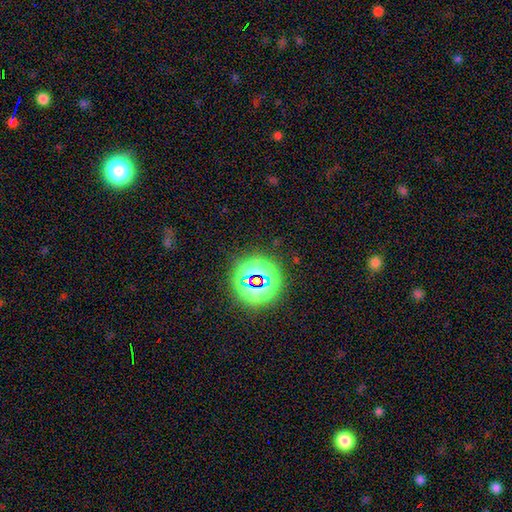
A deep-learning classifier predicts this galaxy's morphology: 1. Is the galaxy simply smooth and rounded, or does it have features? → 79% star or artifact, 14% smooth, 7% featured or disk.